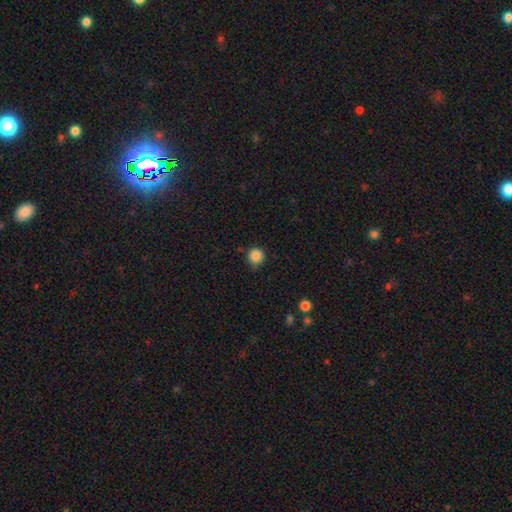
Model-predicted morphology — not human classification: This appears to be a smooth galaxy with no disk features (86%) that is round (94%). Merging: none (84%).